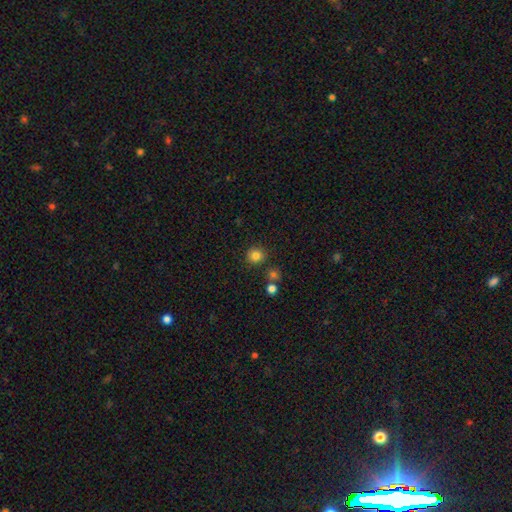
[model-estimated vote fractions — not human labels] Smooth or featured: smooth — 82% (star or artifact — 13%)
How rounded: round — 91% (in between — 8%)
Merging: none — 85% (minor disturbance — 7%)